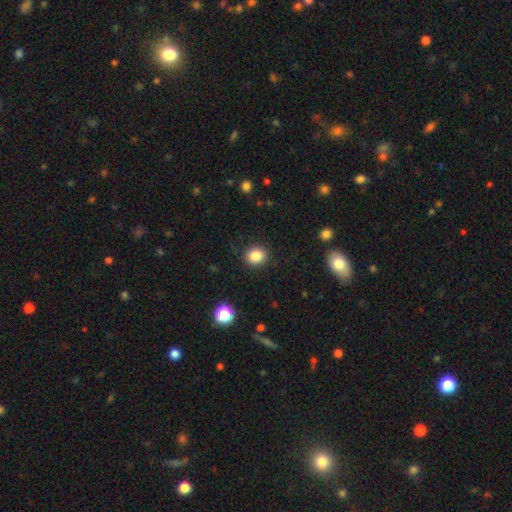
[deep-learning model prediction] Smooth or featured: smooth — 85% (star or artifact — 11%)
How rounded: round — 69% (in between — 30%)
Merging: none — 89% (minor disturbance — 8%)